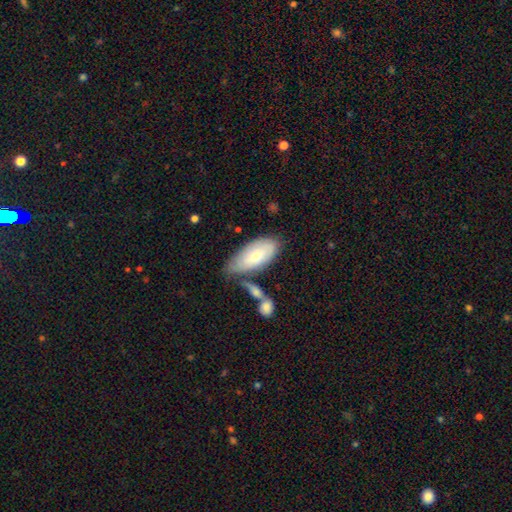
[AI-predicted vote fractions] A smooth galaxy with no disk features (68%) that is in between round and cigar-shaped (89%).

Vote fractions:
- Smooth or featured? smooth: 68% / featured or disk: 25% / star or artifact: 6%
- How rounded? in between: 89% / cigar-shaped: 9% / round: 2%
- Merging? none: 56% / minor disturbance: 24% / merger: 13% / major disturbance: 7%